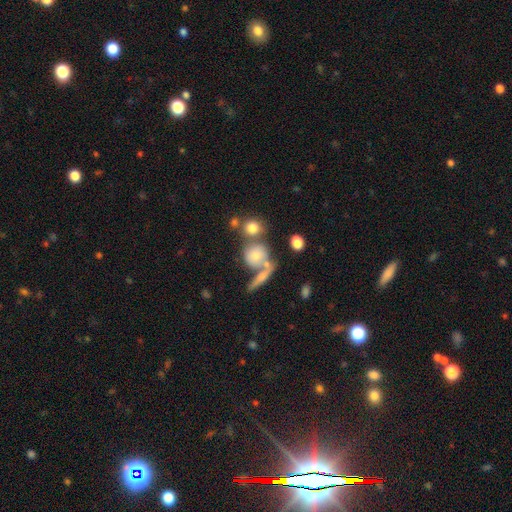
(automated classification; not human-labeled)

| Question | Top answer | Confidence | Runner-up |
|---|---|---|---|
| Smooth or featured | smooth | 65% | featured or disk (24%) |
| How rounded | round | 72% | in between (24%) |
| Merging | merger | 40% | none (39%) |